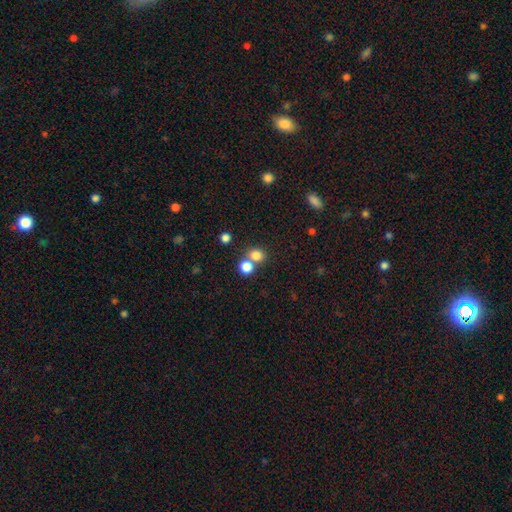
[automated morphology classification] Smooth or featured? smooth (80%)
How rounded? round (76%)
Merging? none (54%)